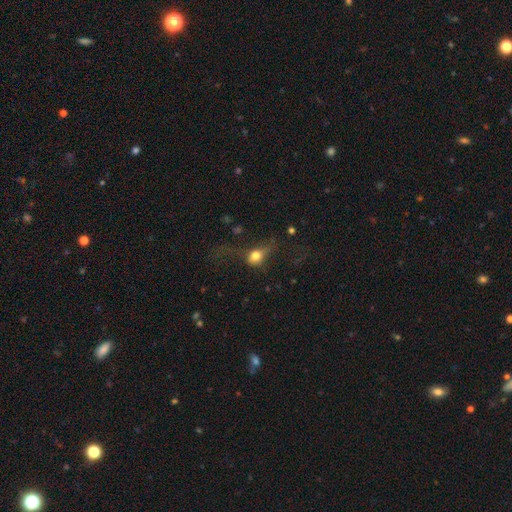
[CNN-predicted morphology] smooth 67%, featured or disk 21%, star or artifact 12%. Down the decision tree: how rounded — in between (50%); merging — major disturbance (49%).